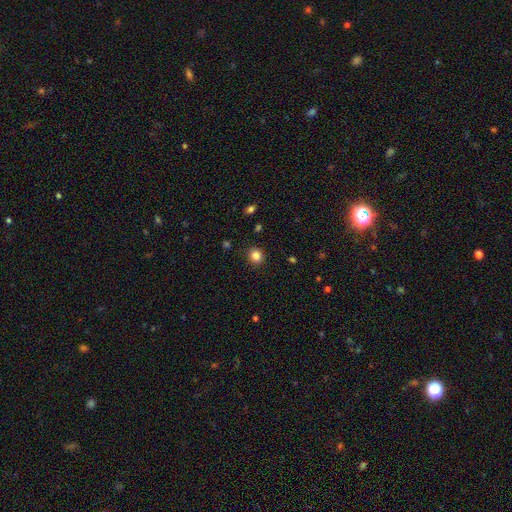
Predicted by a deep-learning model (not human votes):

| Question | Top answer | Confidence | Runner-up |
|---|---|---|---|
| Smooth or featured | smooth | 85% | star or artifact (11%) |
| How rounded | round | 78% | in between (22%) |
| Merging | none | 89% | minor disturbance (7%) |